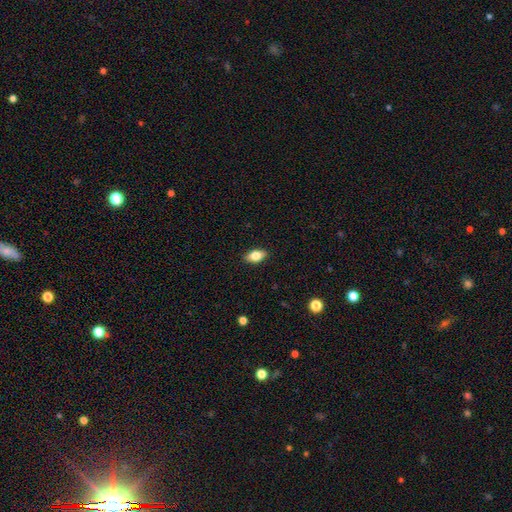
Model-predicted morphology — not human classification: smooth-or-featured: smooth: 77% | featured or disk: 16% | star or artifact: 8%
  how-rounded: in between: 88% | round: 6% | cigar-shaped: 6%
  merging: none: 89% | minor disturbance: 8% | major disturbance: 2% | merger: 1%